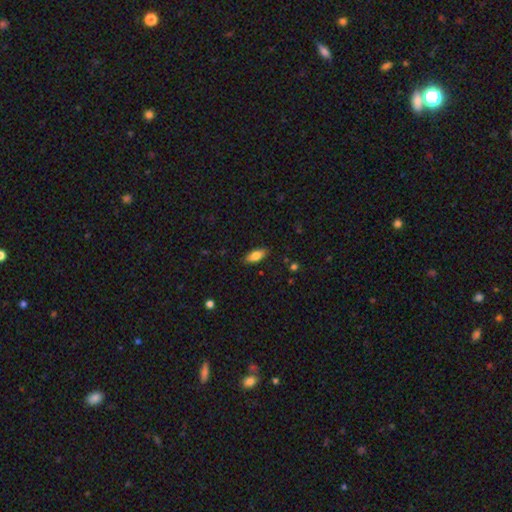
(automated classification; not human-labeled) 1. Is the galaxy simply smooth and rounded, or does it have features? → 81% smooth, 12% featured or disk, 7% star or artifact.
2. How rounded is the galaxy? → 87% in between, 11% cigar-shaped, 2% round.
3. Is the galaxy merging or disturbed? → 87% none, 10% minor disturbance, 2% major disturbance, 1% merger.